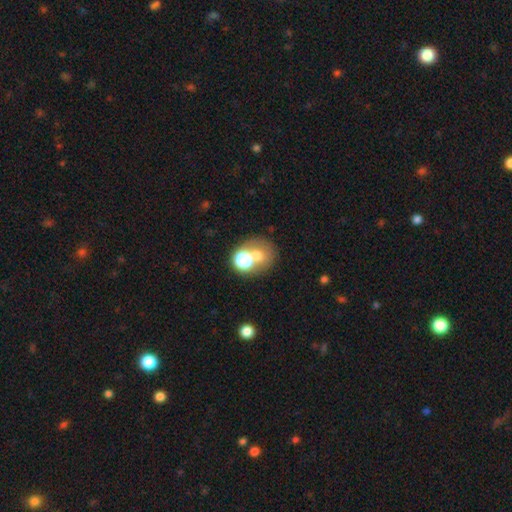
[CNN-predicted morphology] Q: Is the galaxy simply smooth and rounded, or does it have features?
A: smooth — 63%.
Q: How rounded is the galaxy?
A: round — 62%.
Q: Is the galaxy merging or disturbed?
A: merger — 54%.